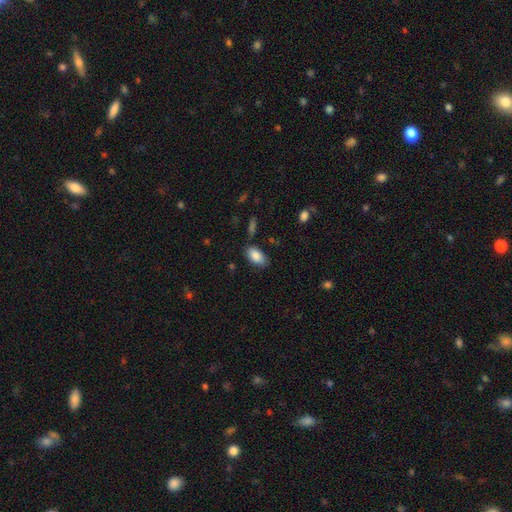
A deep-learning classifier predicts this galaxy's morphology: Smooth or featured: smooth — 87% (star or artifact — 7%)
How rounded: in between — 93% (round — 4%)
Merging: none — 79% (minor disturbance — 15%)